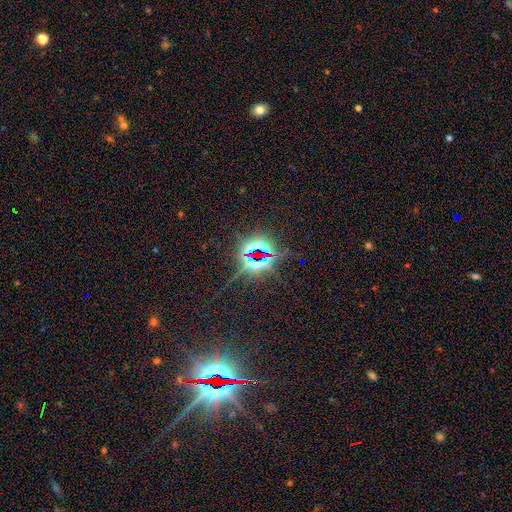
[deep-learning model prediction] A star or artifact, not a galaxy (84%).

Vote fractions:
- Smooth or featured? star or artifact: 84% / smooth: 8% / featured or disk: 8%